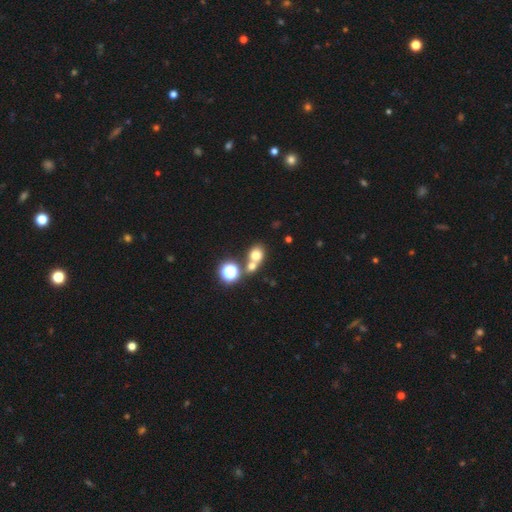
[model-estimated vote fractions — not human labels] Overall: smooth (69%). How rounded: round (69%; in between 30%). Merging: none (45%; merger 43%).